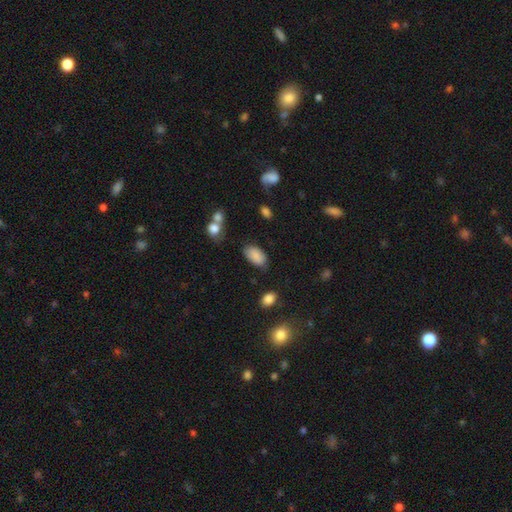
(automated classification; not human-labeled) Smooth or featured: smooth — 85% (star or artifact — 8%)
How rounded: in between — 94% (round — 4%)
Merging: none — 74% (minor disturbance — 18%)